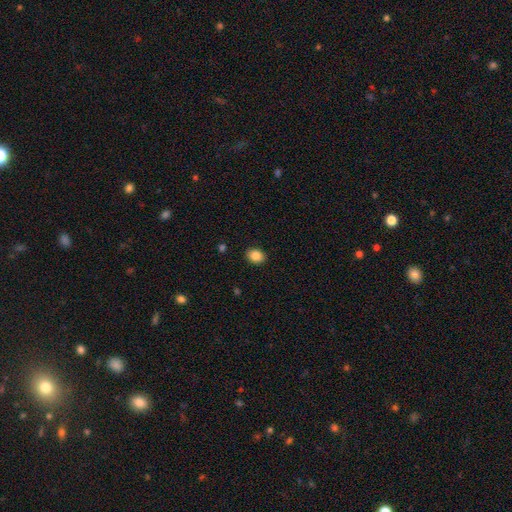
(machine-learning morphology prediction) Smooth or featured?
  - smooth: 86% *
  - star or artifact: 9%
  - featured or disk: 5%
How rounded?
  - in between: 59% *
  - round: 40%
  - cigar-shaped: 1%
Merging?
  - none: 89% *
  - minor disturbance: 8%
  - major disturbance: 2%
  - merger: 1%